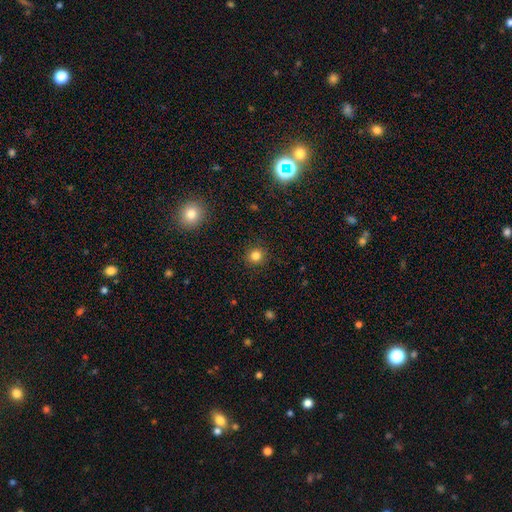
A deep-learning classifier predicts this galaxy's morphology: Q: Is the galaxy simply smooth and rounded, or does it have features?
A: smooth — 82%.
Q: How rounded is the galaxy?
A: round — 90%.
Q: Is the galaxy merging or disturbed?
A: none — 91%.